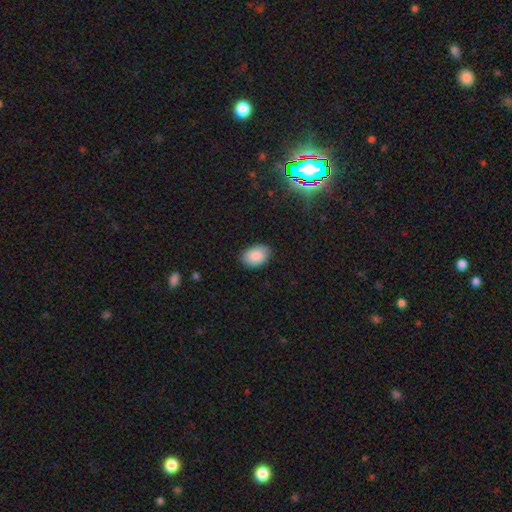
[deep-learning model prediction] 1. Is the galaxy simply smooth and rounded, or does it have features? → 88% smooth, 7% star or artifact, 5% featured or disk.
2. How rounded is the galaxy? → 84% in between, 15% round, 1% cigar-shaped.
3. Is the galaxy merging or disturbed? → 84% none, 13% minor disturbance, 2% major disturbance, 1% merger.